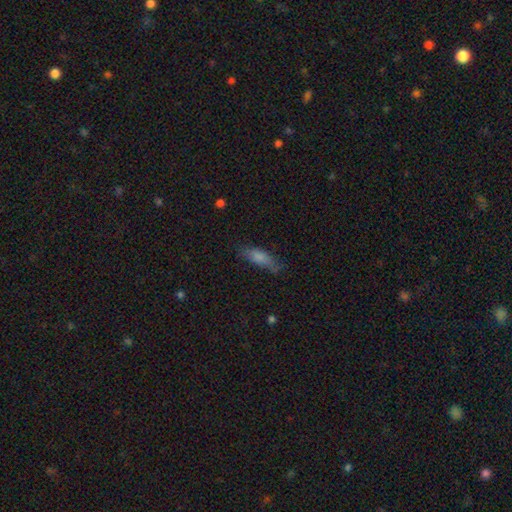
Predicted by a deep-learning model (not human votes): The model was most divided on "how rounded": cigar-shaped: 57%, in between: 40%, round: 2%. More confident: merging — none (72%); smooth or featured — smooth (69%).